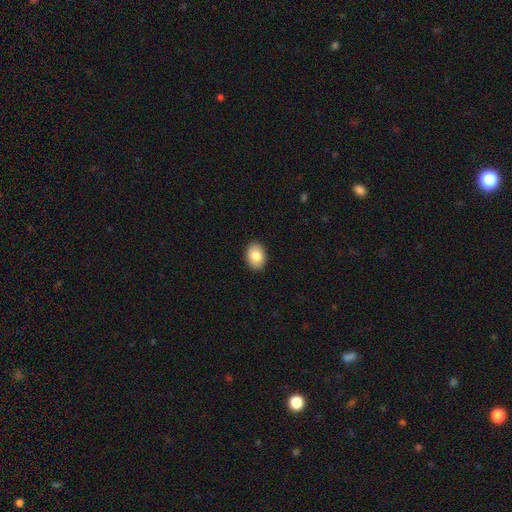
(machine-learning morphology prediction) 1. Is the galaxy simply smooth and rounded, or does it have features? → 85% smooth, 8% featured or disk, 7% star or artifact.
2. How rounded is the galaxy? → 78% in between, 21% round, 1% cigar-shaped.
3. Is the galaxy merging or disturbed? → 91% none, 7% minor disturbance, 2% major disturbance, 1% merger.